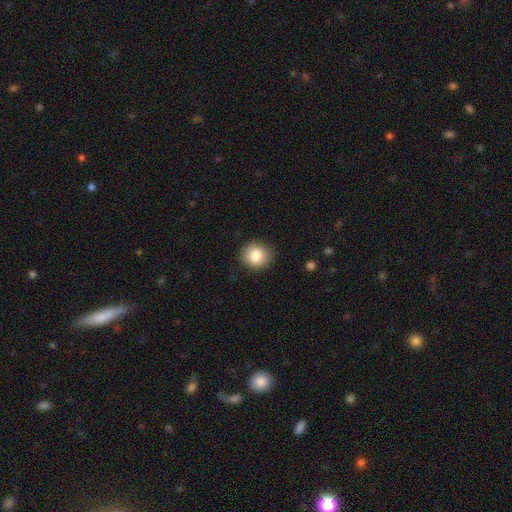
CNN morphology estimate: Smooth or featured? Predicted: smooth (p=0.85). How rounded? Predicted: round (p=0.84). Merging? Predicted: none (p=0.88).